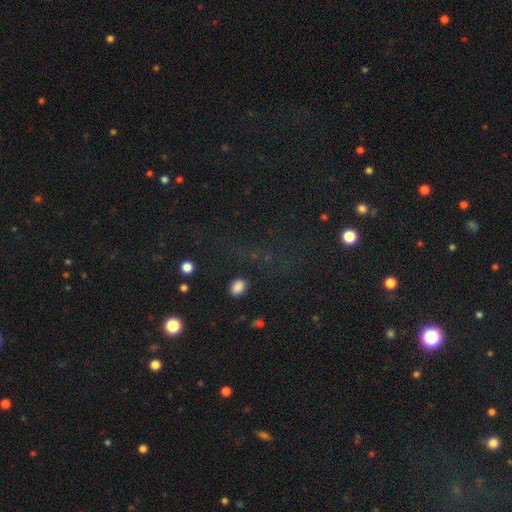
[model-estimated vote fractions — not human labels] Smooth or featured? Predicted: star or artifact (p=0.63).